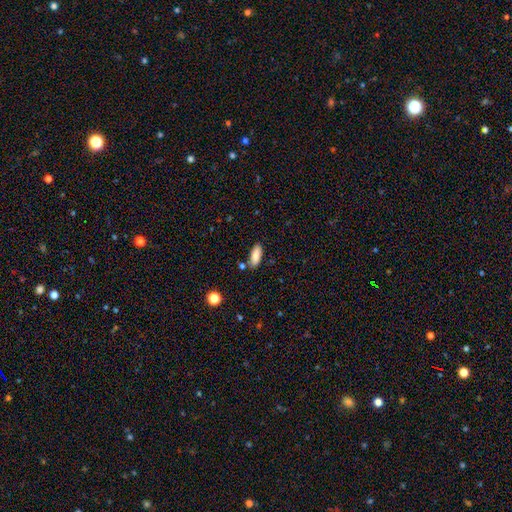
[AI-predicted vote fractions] This is clearly a smooth galaxy (86%). How rounded: likely in between (76%). Merging: likely none (79%).